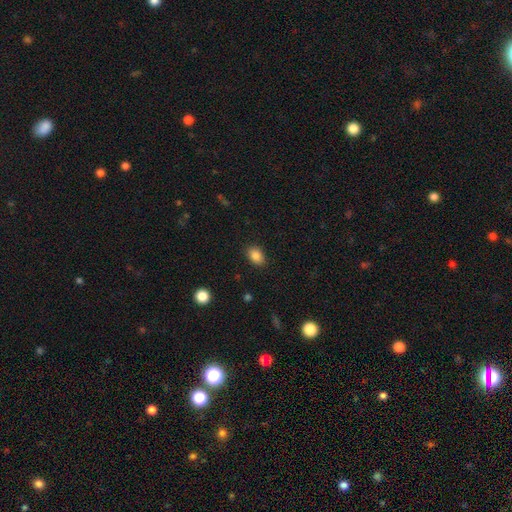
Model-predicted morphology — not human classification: type=smooth (86%); roundness=in between (80%); merging=none (87%).